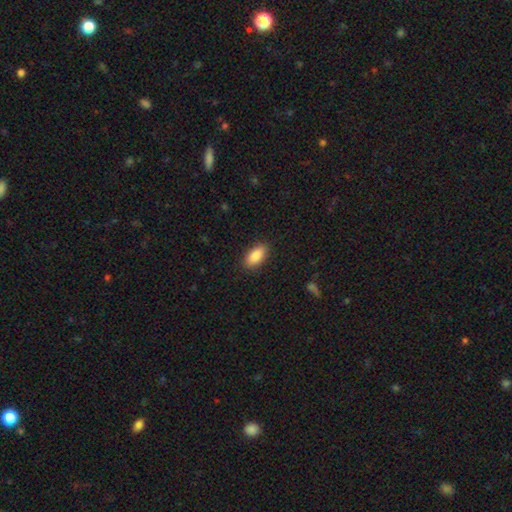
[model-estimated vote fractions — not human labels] Overall: smooth (88%). How rounded: in between (91%). Merging: none (88%).